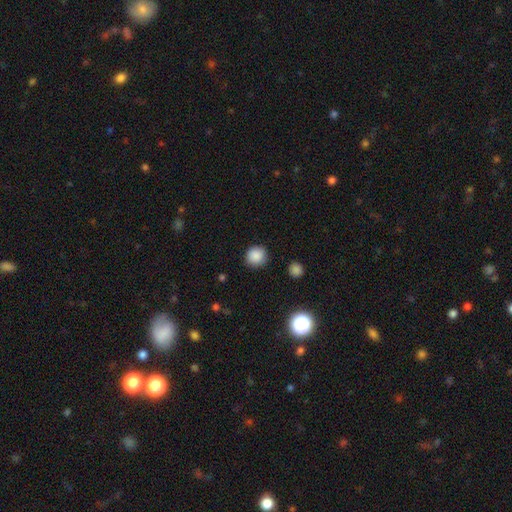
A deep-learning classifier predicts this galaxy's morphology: smooth_or_featured: smooth (p=0.86) [alt: star or artifact p=0.10]
how_rounded: round (p=0.91) [alt: in between p=0.08]
merging: none (p=0.88) [alt: minor disturbance p=0.08]